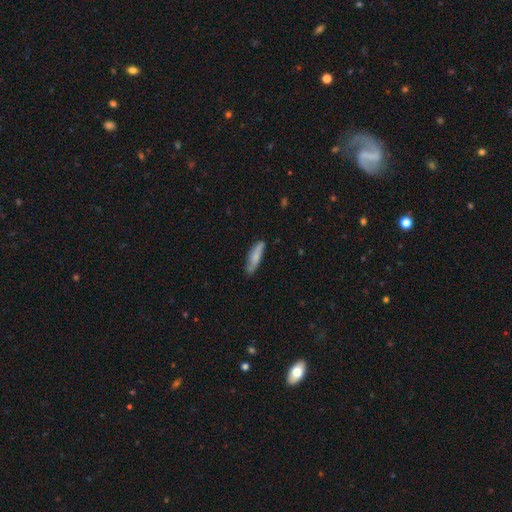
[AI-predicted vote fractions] Smooth or featured? Predicted: smooth (p=0.72). How rounded? Predicted: cigar-shaped (p=0.75). Merging? Predicted: none (p=0.80).